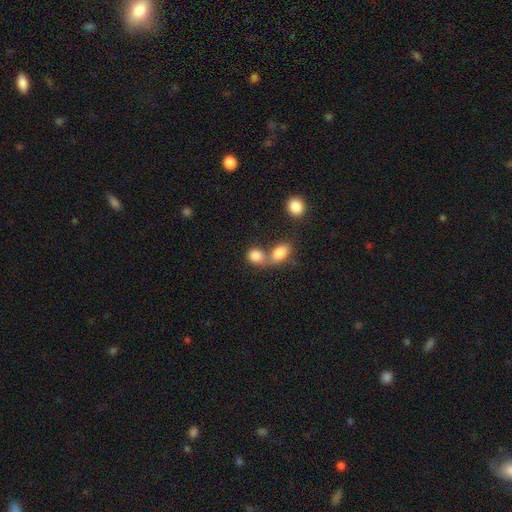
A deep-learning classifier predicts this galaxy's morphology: The model was most divided on "how rounded": in between: 50%, round: 48%, cigar-shaped: 2%. More confident: smooth or featured — smooth (83%); merging — merger (56%).